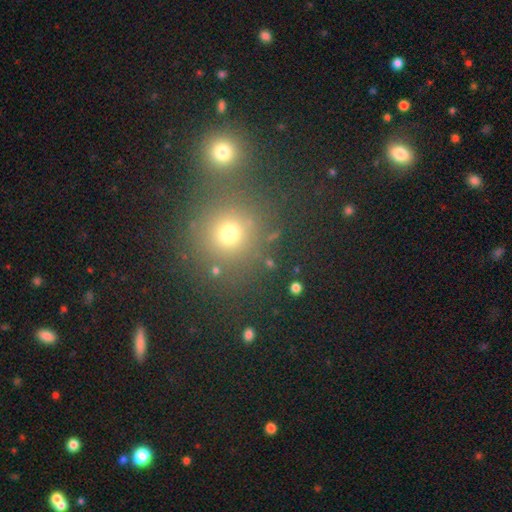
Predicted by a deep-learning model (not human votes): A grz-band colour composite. It shows a smooth galaxy with no disk features (57%) that is round (90%). Merging: none (73%).